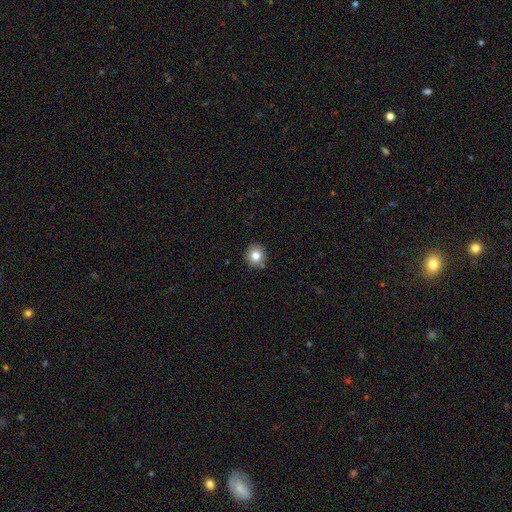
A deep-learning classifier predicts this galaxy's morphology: This is clearly a smooth galaxy (81%). How rounded: clearly round (90%). Merging: clearly none (86%).